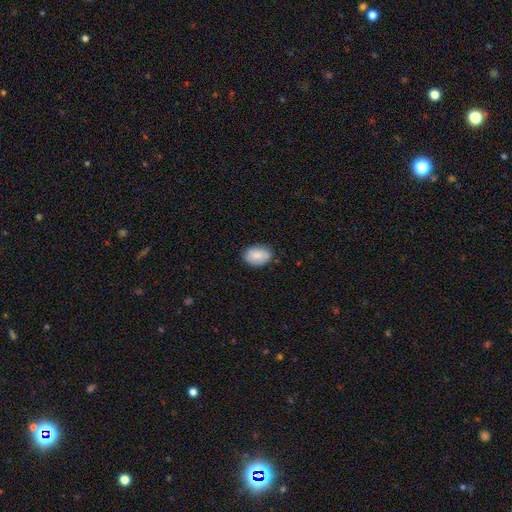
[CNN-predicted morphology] This is clearly a smooth galaxy (82%). How rounded: likely in between (79%). Merging: clearly none (81%).